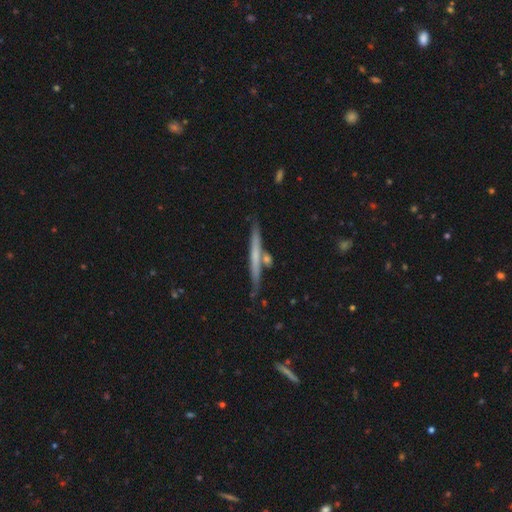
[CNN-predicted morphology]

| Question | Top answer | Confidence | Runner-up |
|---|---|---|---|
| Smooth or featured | featured or disk | 51% | smooth (43%) |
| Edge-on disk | yes | 95% | no (5%) |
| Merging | none | 79% | minor disturbance (11%) |